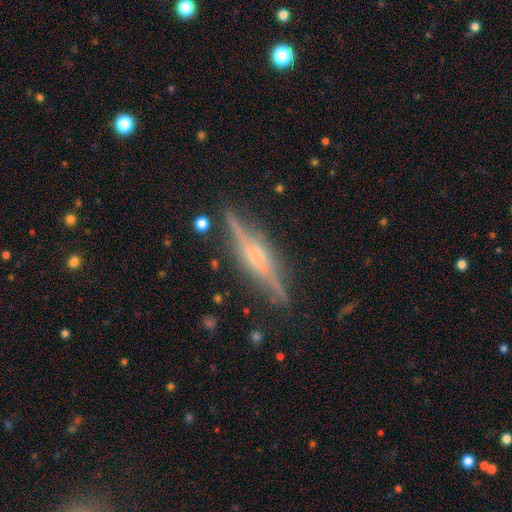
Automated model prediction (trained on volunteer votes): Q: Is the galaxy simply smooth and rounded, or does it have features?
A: featured or disk — 83%.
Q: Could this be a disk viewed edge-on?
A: yes — 97%.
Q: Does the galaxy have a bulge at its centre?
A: rounded — 63%.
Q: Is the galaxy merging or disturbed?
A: none — 85%.